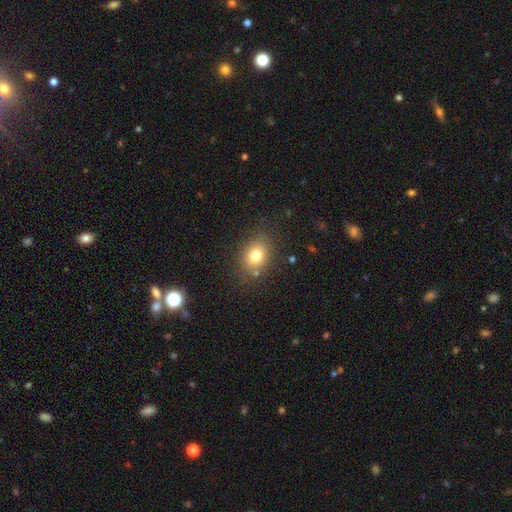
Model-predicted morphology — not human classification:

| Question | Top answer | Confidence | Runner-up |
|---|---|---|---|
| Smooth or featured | smooth | 77% | star or artifact (12%) |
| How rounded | in between | 55% | round (44%) |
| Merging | none | 80% | minor disturbance (12%) |